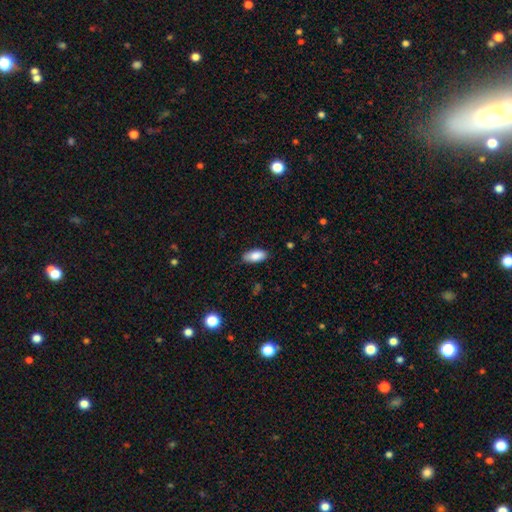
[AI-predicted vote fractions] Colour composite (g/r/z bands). It shows a smooth galaxy with no disk features (87%) that is in between round and cigar-shaped (90%). Merging: none (83%).